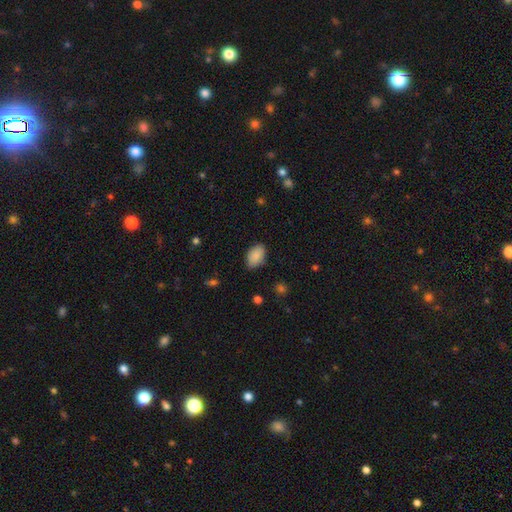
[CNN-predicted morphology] Smooth or featured: smooth — 88% (star or artifact — 7%)
How rounded: in between — 91% (round — 8%)
Merging: none — 80% (minor disturbance — 16%)